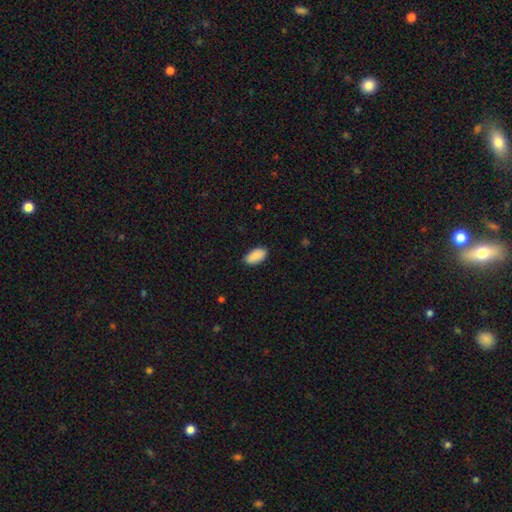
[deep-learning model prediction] Smooth or featured? Predicted: smooth (p=0.90). How rounded? Predicted: in between (p=0.95). Merging? Predicted: none (p=0.87).